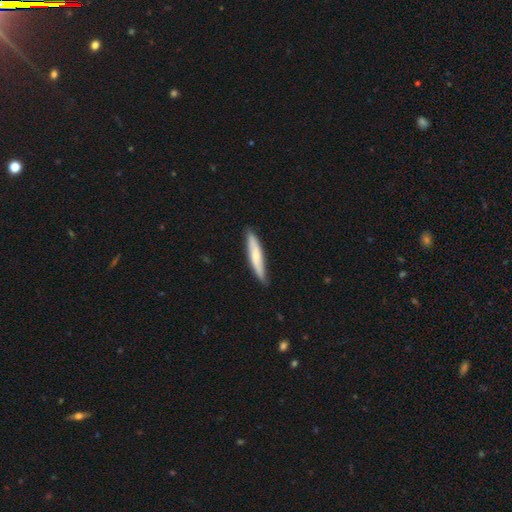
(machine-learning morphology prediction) This appears to be a smooth galaxy with no disk features (61%) that is cigar-shaped (89%). Merging: none (82%).